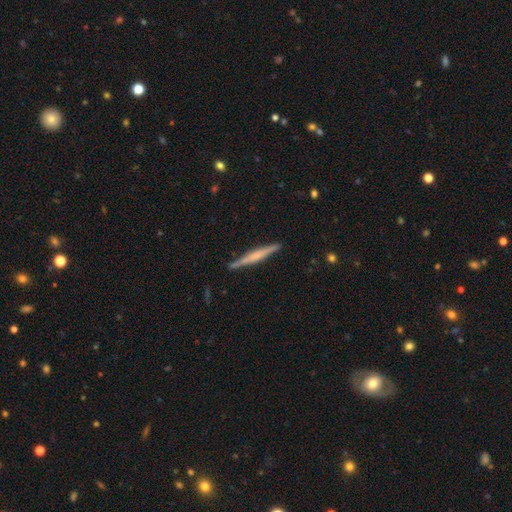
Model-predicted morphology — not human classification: type=featured or disk (61%); edge-on=yes (98%); edge-on bulge=none (35%); merging=none (87%).